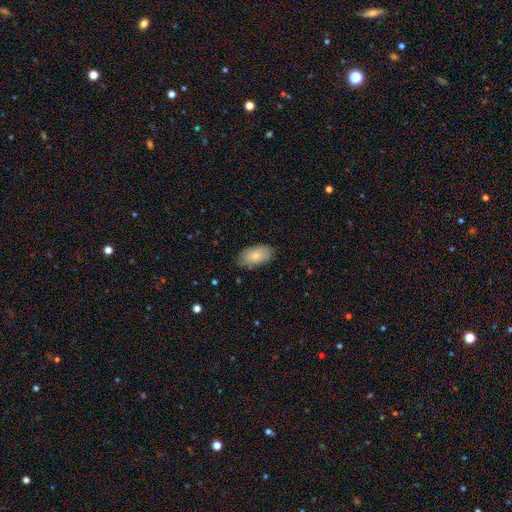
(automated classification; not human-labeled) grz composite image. It shows a smooth galaxy with no disk features (79%) that is in between round and cigar-shaped (94%). Merging: none (79%).